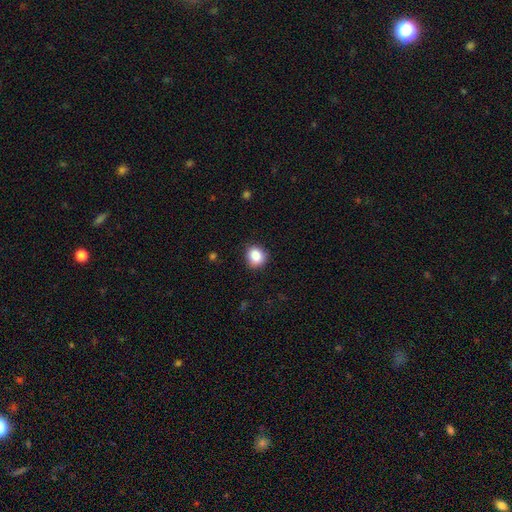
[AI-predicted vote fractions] This is clearly a smooth galaxy (86%). How rounded: clearly round (81%). Merging: clearly none (84%).